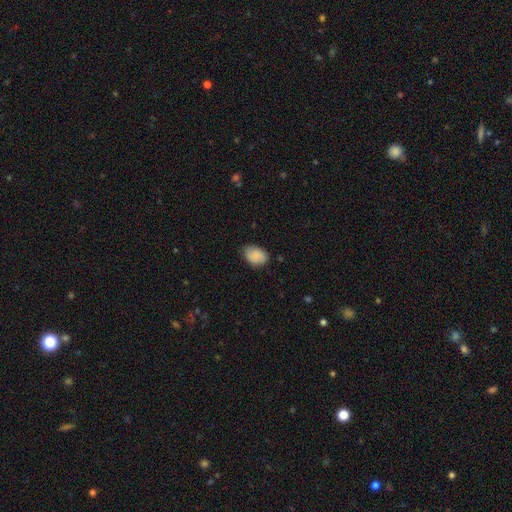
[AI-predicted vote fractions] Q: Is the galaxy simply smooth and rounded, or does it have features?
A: smooth — 85%.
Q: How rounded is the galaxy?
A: in between — 81%.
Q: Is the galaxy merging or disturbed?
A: none — 74%.